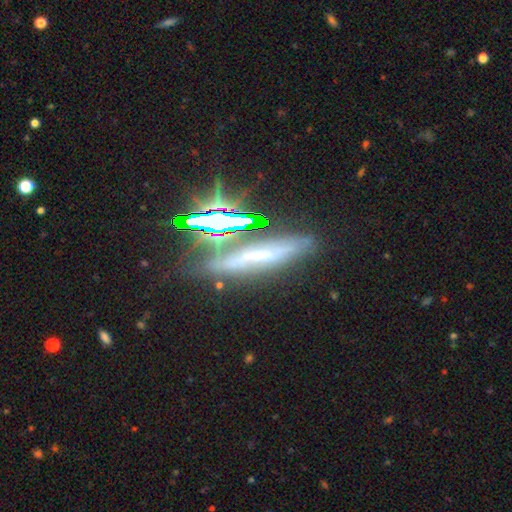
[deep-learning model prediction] This appears to be a star or artifact, not a galaxy (40%).